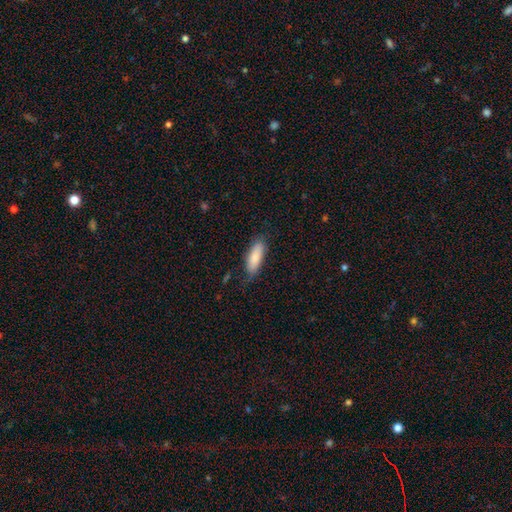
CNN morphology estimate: type=smooth (84%); roundness=in between (63%); merging=none (74%).